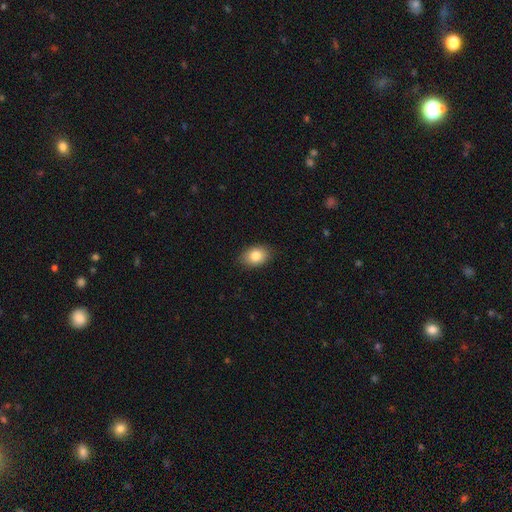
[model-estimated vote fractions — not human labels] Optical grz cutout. It shows a smooth galaxy with no disk features (84%) that is in between round and cigar-shaped (79%). Merging: none (87%).